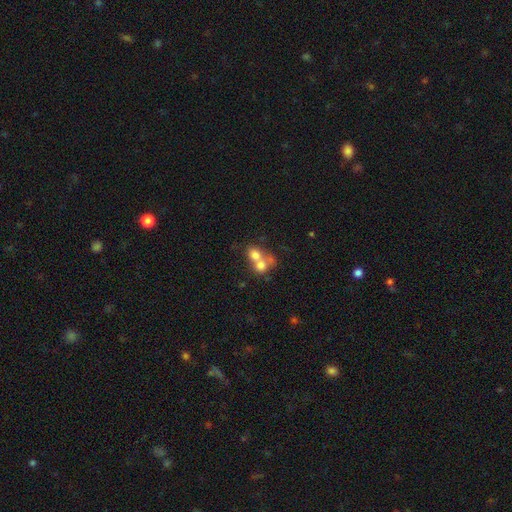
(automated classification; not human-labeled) Q: Smooth or featured?
A: smooth (69%); runner-up: featured or disk (20%)
Q: How rounded?
A: round (69%); runner-up: in between (30%)
Q: Merging?
A: merger (69%); runner-up: none (22%)